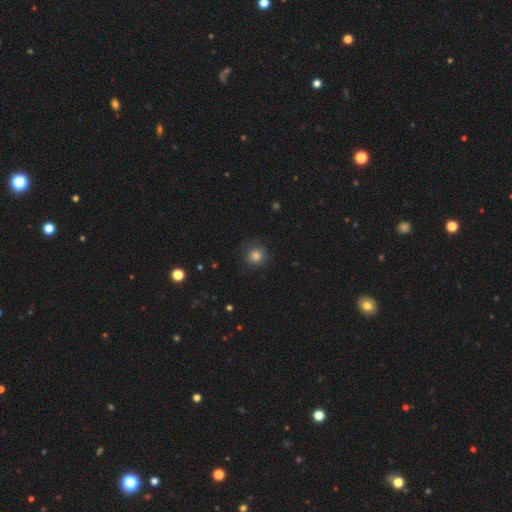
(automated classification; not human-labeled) A smooth galaxy with no disk features (82%) that is round (92%).

Vote fractions:
- Smooth or featured? smooth: 82% / star or artifact: 13% / featured or disk: 6%
- How rounded? round: 92% / in between: 7% / cigar-shaped: 1%
- Merging? none: 84% / minor disturbance: 11% / major disturbance: 4% / merger: 1%